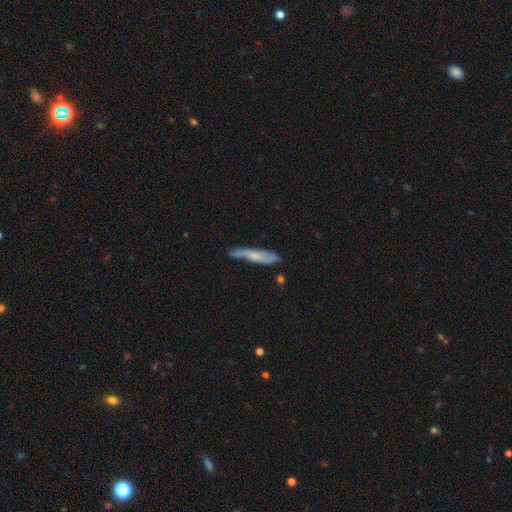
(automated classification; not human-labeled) Overall: smooth (47%, tied with featured or disk). Merging: none (62%; minor disturbance 27%).